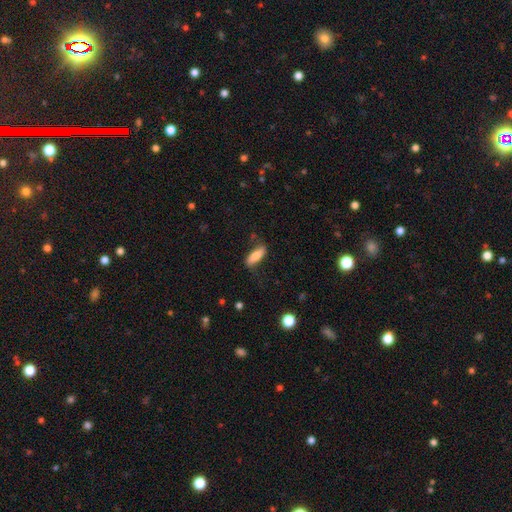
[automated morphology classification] Smooth or featured?
  - smooth: 71% *
  - featured or disk: 22%
  - star or artifact: 7%
How rounded?
  - in between: 55% *
  - cigar-shaped: 42%
  - round: 2%
Merging?
  - none: 70% *
  - minor disturbance: 21%
  - major disturbance: 7%
  - merger: 2%